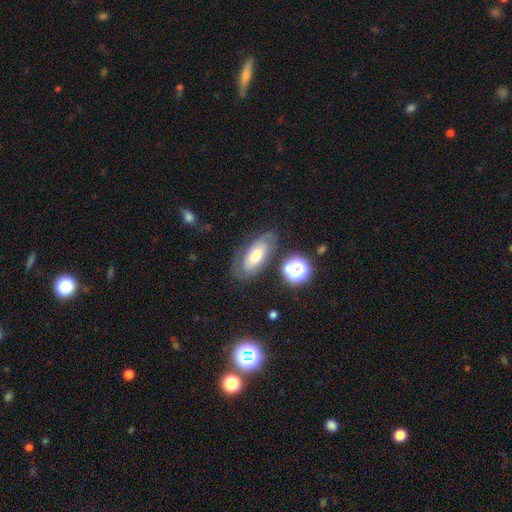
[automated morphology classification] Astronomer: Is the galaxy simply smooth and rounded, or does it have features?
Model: featured or disk — 49% (runner-up: smooth, 40%).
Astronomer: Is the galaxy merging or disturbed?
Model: none — 69%.